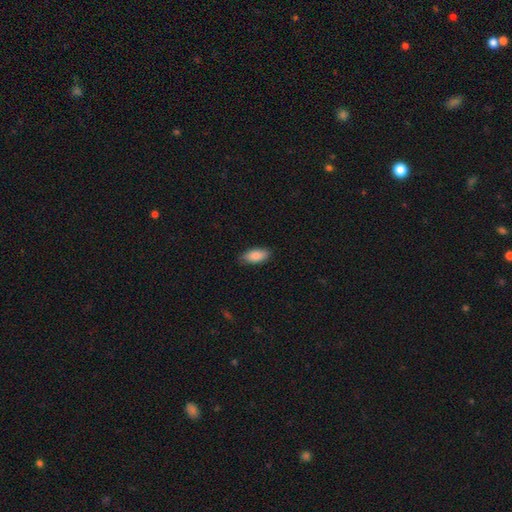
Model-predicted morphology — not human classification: Smooth or featured: smooth — 88% (star or artifact — 6%)
How rounded: in between — 88% (cigar-shaped — 10%)
Merging: none — 86% (minor disturbance — 11%)